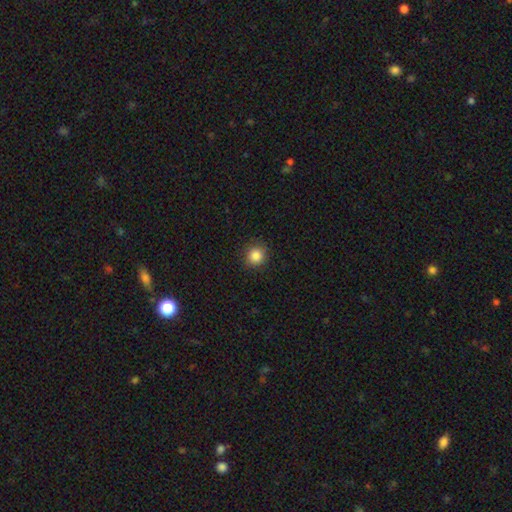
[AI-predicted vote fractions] A smooth galaxy with no disk features (86%) that is round (90%). Merging: none (88%).